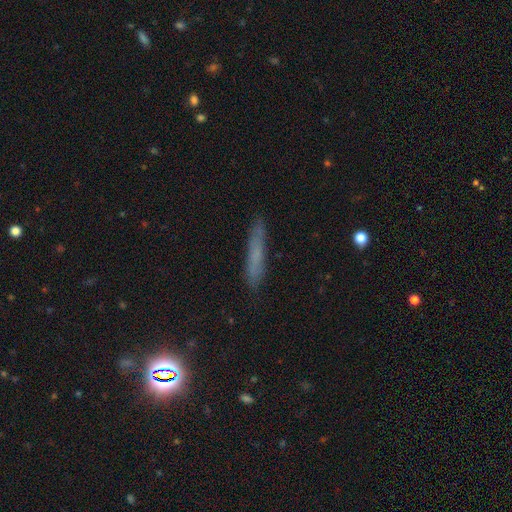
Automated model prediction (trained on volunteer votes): smooth-or-featured: smooth: 60% | featured or disk: 28% | star or artifact: 13%
  how-rounded: cigar-shaped: 92% | in between: 6% | round: 2%
  merging: none: 83% | minor disturbance: 12% | major disturbance: 3% | merger: 2%